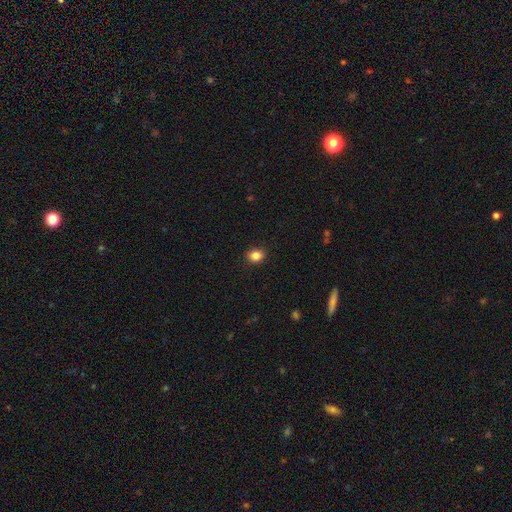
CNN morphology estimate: Smooth or featured? smooth (85%)
How rounded? round (59%)
Merging? none (90%)